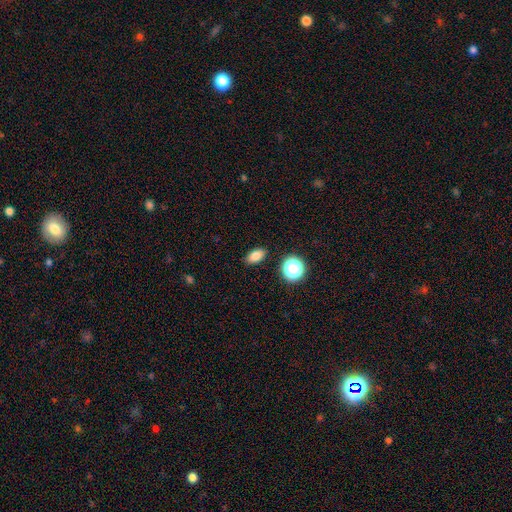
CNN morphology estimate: A smooth galaxy with no disk features (81%) that is in between round and cigar-shaped (85%). Merging: none (87%).